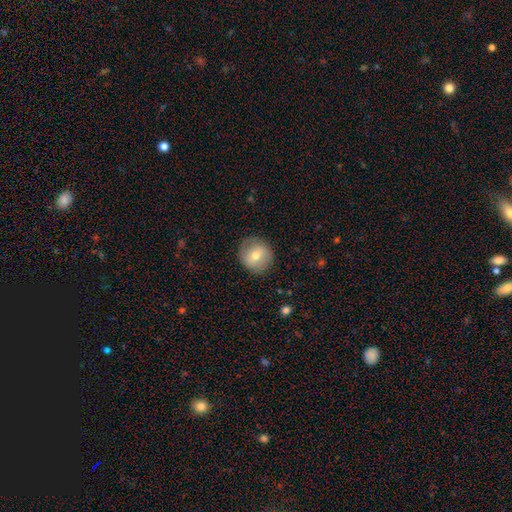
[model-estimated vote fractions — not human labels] Morphology: type=smooth (67%); roundness=round (89%); merging=none (84%).